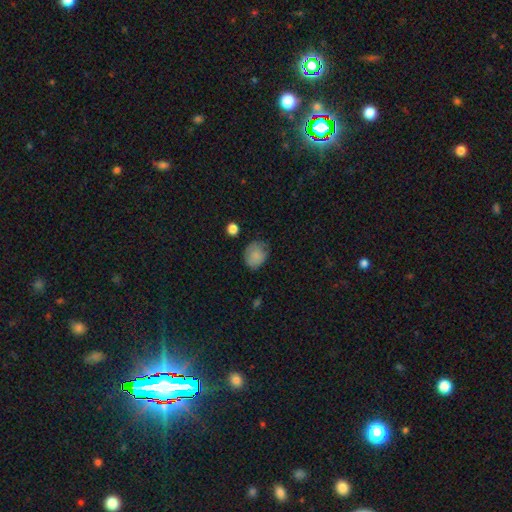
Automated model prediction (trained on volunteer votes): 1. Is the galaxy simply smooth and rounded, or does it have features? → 82% smooth, 9% star or artifact, 9% featured or disk.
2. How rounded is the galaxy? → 53% round, 46% in between, 1% cigar-shaped.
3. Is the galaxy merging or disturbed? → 62% none, 29% minor disturbance, 7% major disturbance, 2% merger.